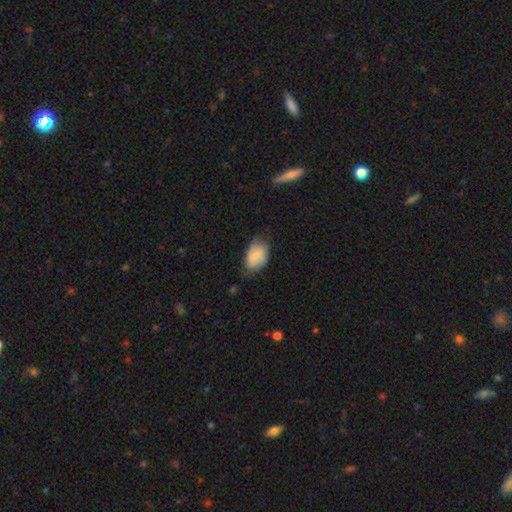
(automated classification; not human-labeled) Q: Smooth or featured?
A: smooth (70%); runner-up: featured or disk (22%)
Q: How rounded?
A: in between (86%); runner-up: round (12%)
Q: Merging?
A: none (63%); runner-up: minor disturbance (29%)